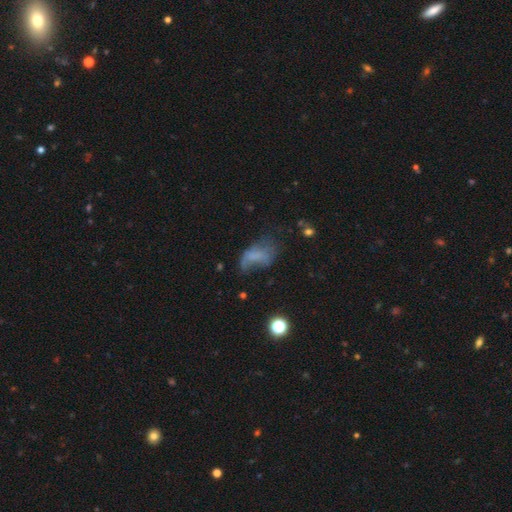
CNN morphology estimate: type=smooth (49%); merging=major disturbance (41%).